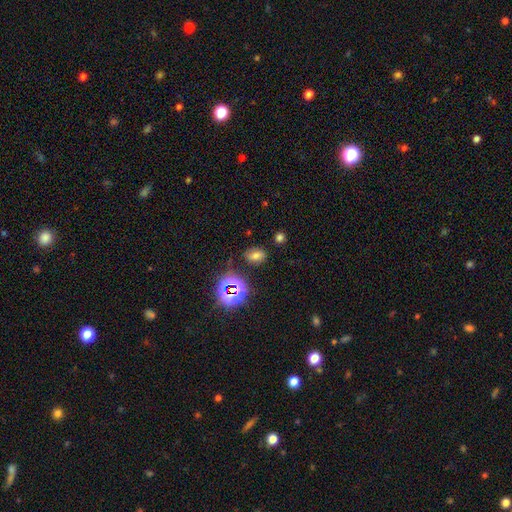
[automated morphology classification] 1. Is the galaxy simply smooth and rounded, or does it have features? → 59% smooth, 31% star or artifact, 10% featured or disk.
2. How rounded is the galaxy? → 75% in between, 23% round, 2% cigar-shaped.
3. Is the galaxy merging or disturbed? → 77% none, 15% minor disturbance, 5% major disturbance, 3% merger.